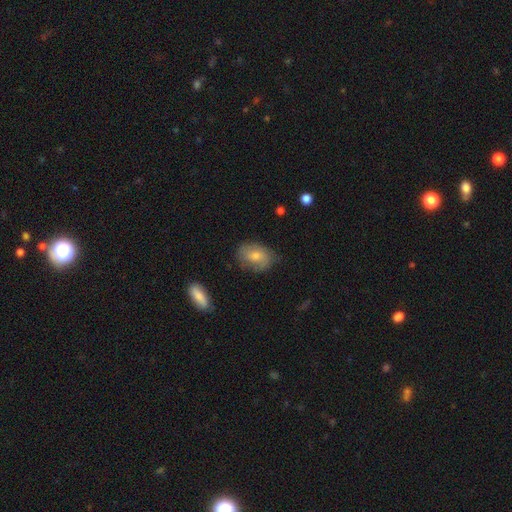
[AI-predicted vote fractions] Morphology: type=smooth (60%); roundness=in between (74%); merging=none (70%).